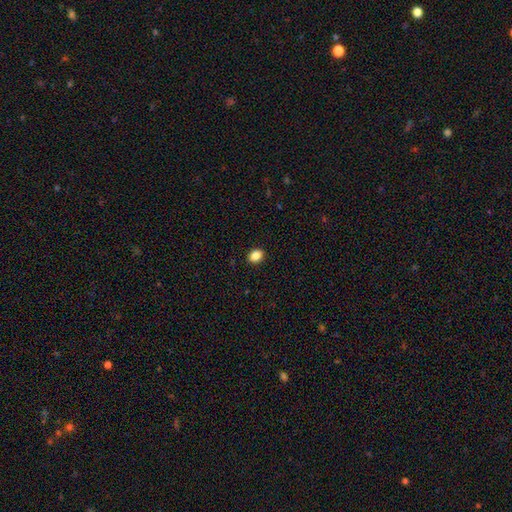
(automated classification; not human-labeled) Smooth or featured? smooth (86%)
How rounded? in between (60%)
Merging? none (91%)